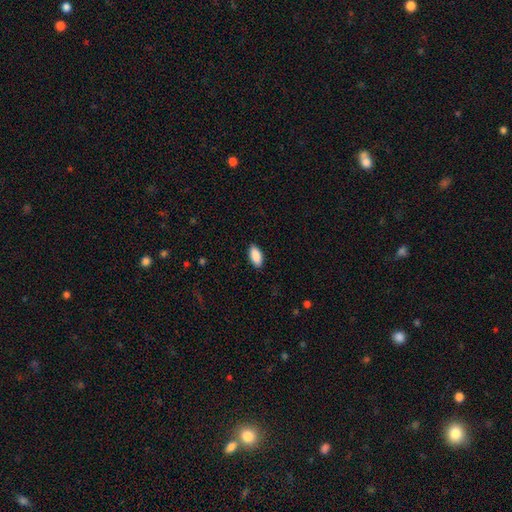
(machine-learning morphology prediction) Q: Smooth or featured?
A: smooth (89%); runner-up: star or artifact (6%)
Q: How rounded?
A: in between (90%); runner-up: cigar-shaped (8%)
Q: Merging?
A: none (89%); runner-up: minor disturbance (8%)